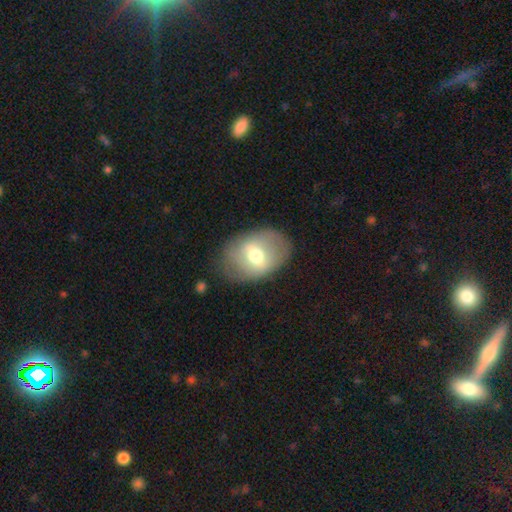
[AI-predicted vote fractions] Smooth or featured: smooth — 48% (featured or disk — 45%)
Merging: none — 75% (minor disturbance — 16%)